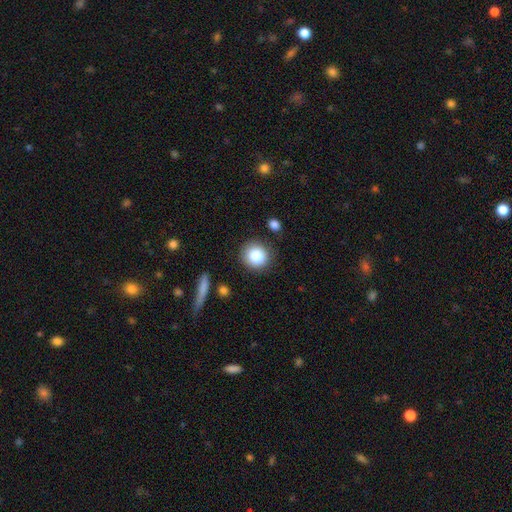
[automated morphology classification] This is clearly a smooth galaxy (83%). How rounded: clearly round (89%). Merging: clearly none (86%).